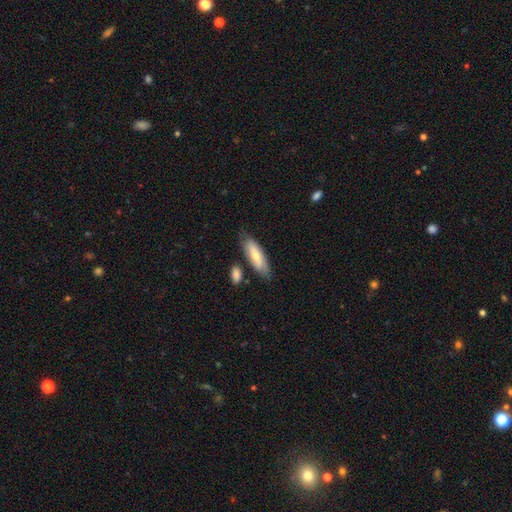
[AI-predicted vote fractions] Smooth or featured? Predicted: smooth (p=0.65). How rounded? Predicted: in between (p=0.58). Merging? Predicted: none (p=0.74).